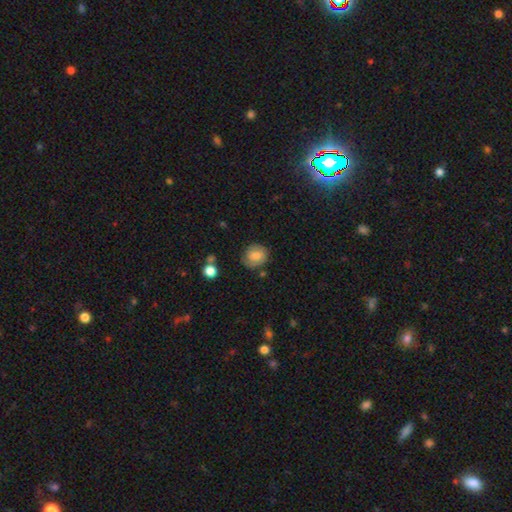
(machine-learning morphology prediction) Smooth or featured? smooth (71%)
How rounded? round (73%)
Merging? none (75%)